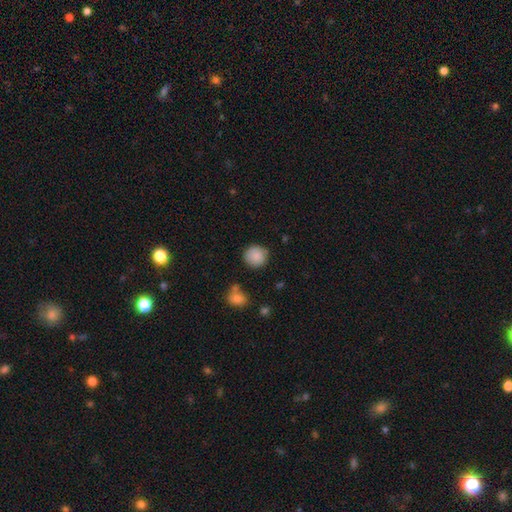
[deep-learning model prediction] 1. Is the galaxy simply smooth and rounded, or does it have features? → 87% smooth, 8% star or artifact, 6% featured or disk.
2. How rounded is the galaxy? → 91% round, 8% in between, 1% cigar-shaped.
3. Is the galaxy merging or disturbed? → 82% none, 12% minor disturbance, 3% major disturbance, 3% merger.